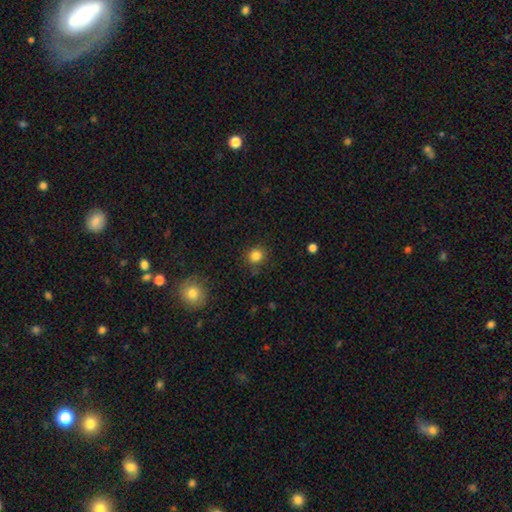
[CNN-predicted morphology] This appears to be a smooth galaxy with no disk features (83%) that is round (87%). Merging: none (85%).